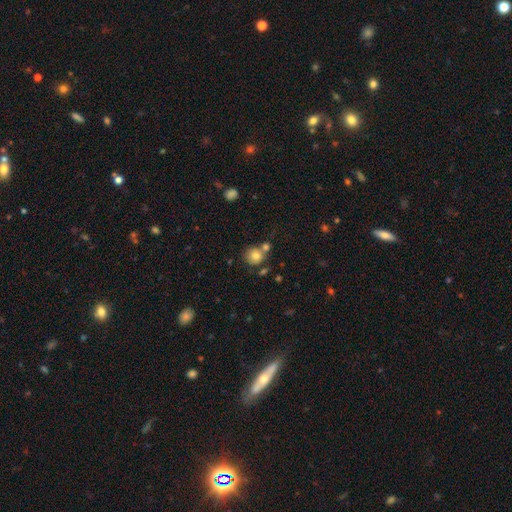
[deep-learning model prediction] Smooth or featured? Predicted: smooth (p=0.81). How rounded? Predicted: round (p=0.85). Merging? Predicted: none (p=0.56).